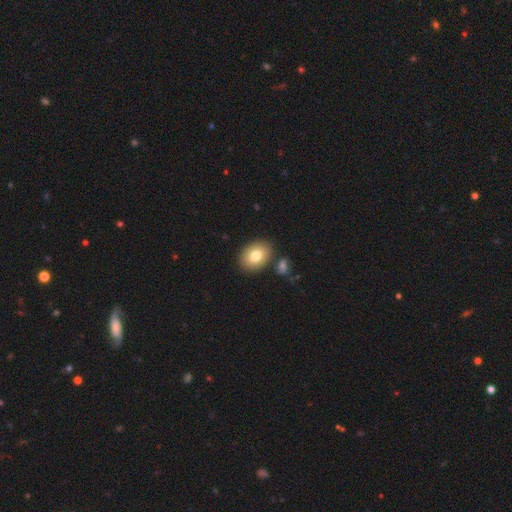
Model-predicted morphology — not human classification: smooth_or_featured: smooth (p=0.78) [alt: featured or disk p=0.14]
how_rounded: in between (p=0.74) [alt: round p=0.25]
merging: none (p=0.82) [alt: minor disturbance p=0.09]